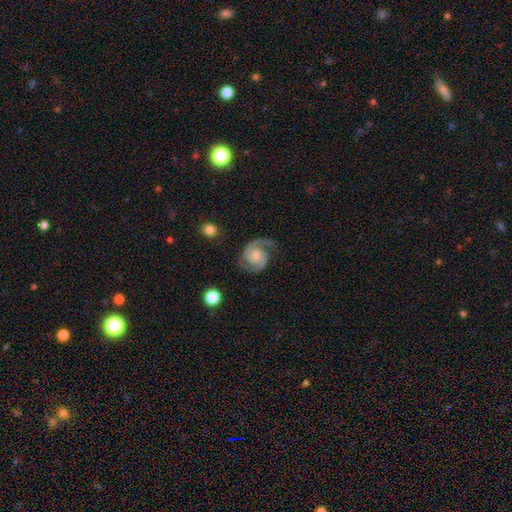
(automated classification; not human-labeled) A featured or disk galaxy (90%) with no bar (59%), 2 (93%) medium (54%) spiral arms (98%) and a moderate central bulge (35%). Merging: none (76%).